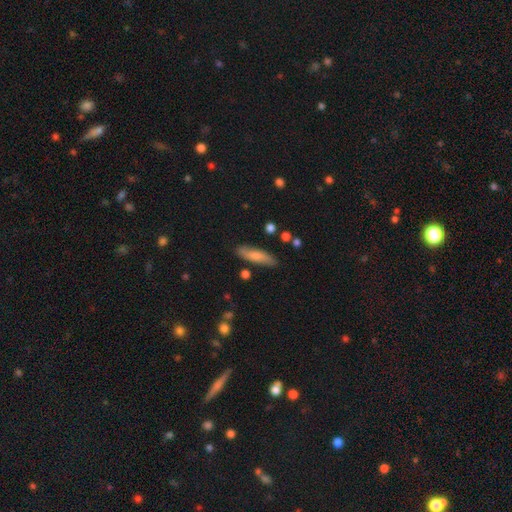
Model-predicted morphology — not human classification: Q: Smooth or featured?
A: smooth (70%); runner-up: featured or disk (24%)
Q: How rounded?
A: cigar-shaped (68%); runner-up: in between (30%)
Q: Merging?
A: none (82%); runner-up: minor disturbance (13%)